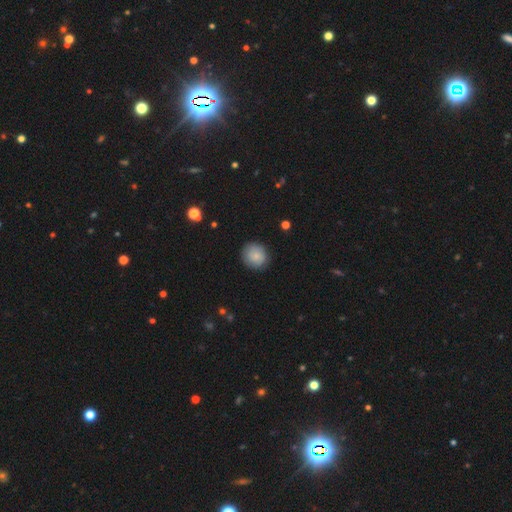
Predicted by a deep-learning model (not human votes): Smooth or featured? smooth (78%)
How rounded? round (85%)
Merging? none (84%)